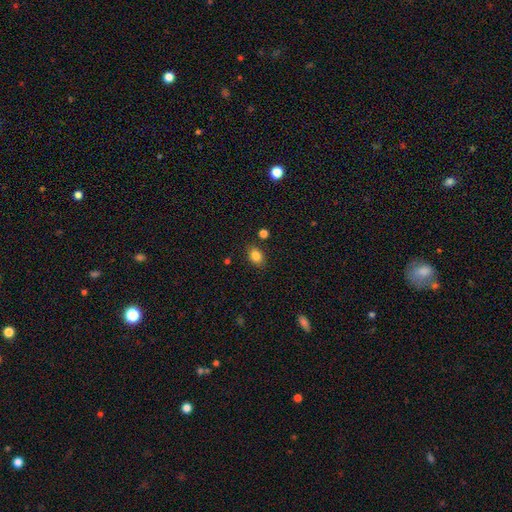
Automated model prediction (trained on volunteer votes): Smooth or featured? smooth (84%)
How rounded? in between (66%)
Merging? none (83%)